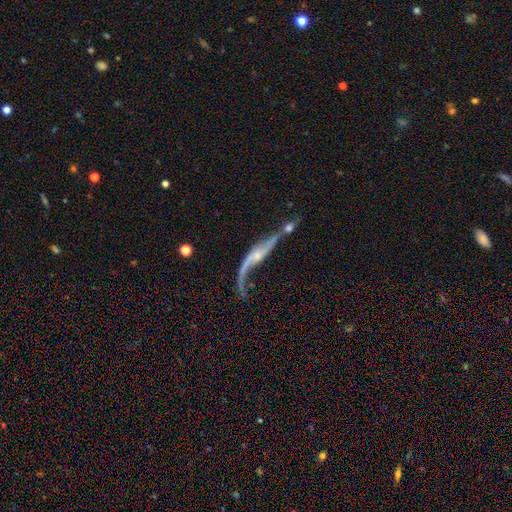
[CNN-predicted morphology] Smooth or featured: featured or disk — 82% (smooth — 11%)
Edge-on disk: no — 74% (yes — 26%)
Bar: no — 58% (weak — 30%)
Spiral arms: yes — 85% (no — 15%)
Spiral winding: loose — 93% (medium — 5%)
Spiral arm count: 2 — 79% (1 — 15%)
Bulge size: small — 56% (moderate — 23%)
Merging: merger — 34% (none — 28%)